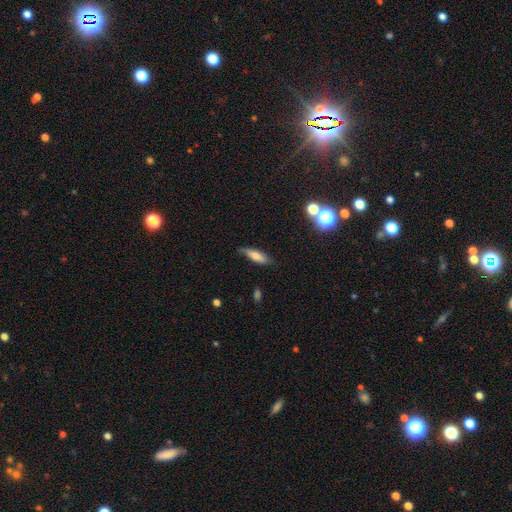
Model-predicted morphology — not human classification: Smooth or featured: smooth — 64% (featured or disk — 27%)
How rounded: cigar-shaped — 59% (in between — 38%)
Merging: none — 75% (minor disturbance — 20%)